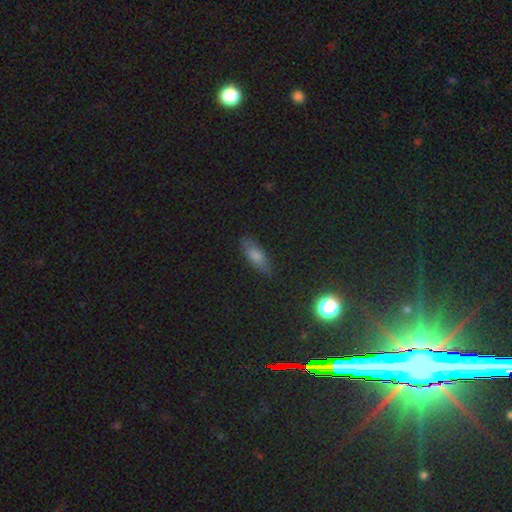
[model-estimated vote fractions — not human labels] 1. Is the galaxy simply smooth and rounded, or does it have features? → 70% smooth, 15% featured or disk, 15% star or artifact.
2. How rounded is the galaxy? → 67% in between, 29% cigar-shaped, 4% round.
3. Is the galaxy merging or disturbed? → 83% none, 13% minor disturbance, 3% major disturbance, 1% merger.